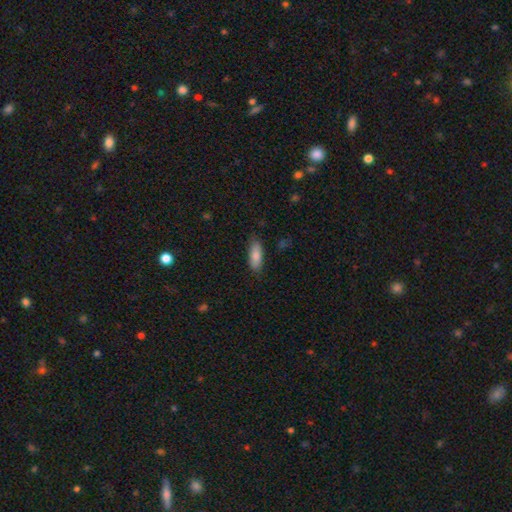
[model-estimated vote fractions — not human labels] Smooth or featured? Predicted: smooth (p=0.83). How rounded? Predicted: in between (p=0.67). Merging? Predicted: none (p=0.82).